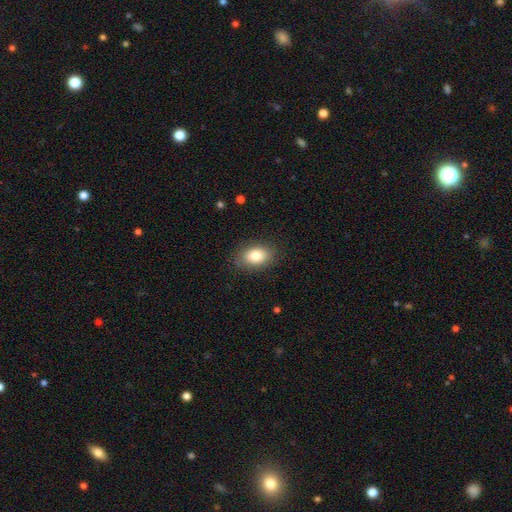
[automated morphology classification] This is likely a smooth galaxy (80%). How rounded: clearly in between (84%). Merging: clearly none (85%).